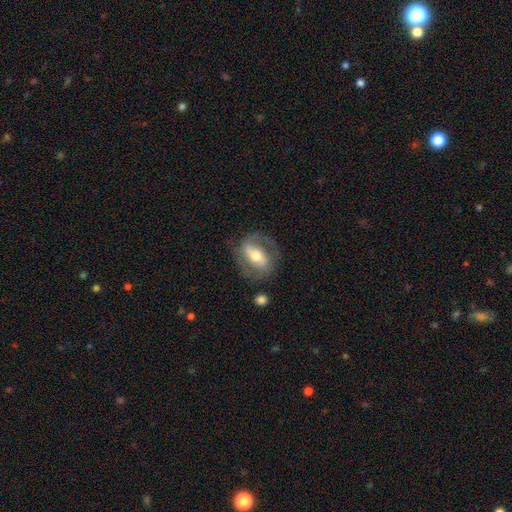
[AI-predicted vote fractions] A featured or disk galaxy (69%) with a strong bar (53%), spiral arms (71%) and a moderate central bulge (70%).

Vote fractions:
- Smooth or featured? featured or disk: 69% / smooth: 25% / star or artifact: 6%
- Edge-on disk? no: 91% / yes: 9%
- Bar? strong: 53% / weak: 30% / no: 18%
- Spiral arms? yes: 71% / no: 29%
- Bulge size? moderate: 70% / small: 17% / large: 11% / dominant: 1% / none: 1%
- Merging? none: 74% / minor disturbance: 15% / major disturbance: 9% / merger: 2%